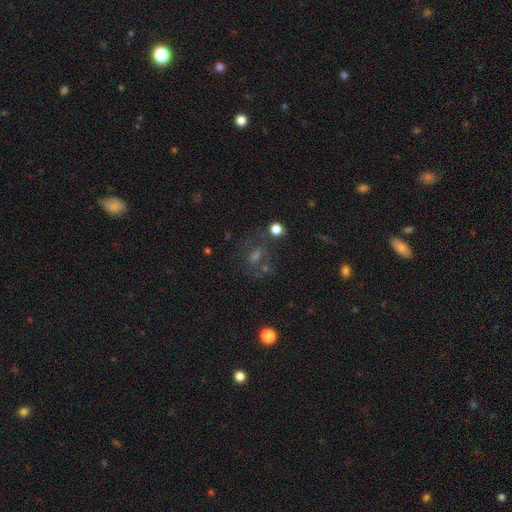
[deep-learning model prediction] Smooth or featured? Predicted: star or artifact (p=0.39).